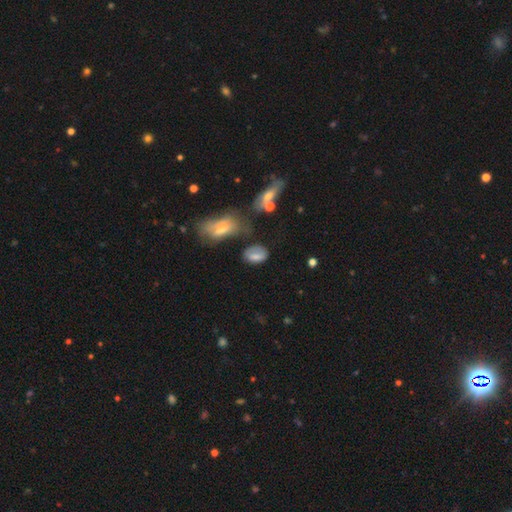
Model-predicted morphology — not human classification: A smooth galaxy with no disk features (73%) that is in between round and cigar-shaped (82%).

Vote fractions:
- Smooth or featured? smooth: 73% / featured or disk: 16% / star or artifact: 11%
- How rounded? in between: 82% / round: 16% / cigar-shaped: 3%
- Merging? none: 61% / minor disturbance: 22% / major disturbance: 9% / merger: 8%